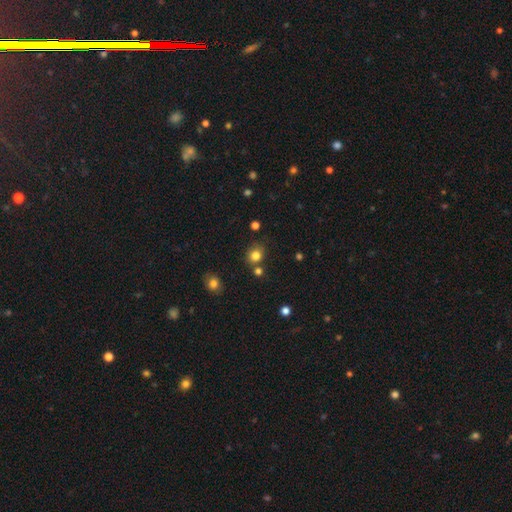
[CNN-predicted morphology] Smooth or featured: smooth — 81% (star or artifact — 13%)
How rounded: round — 68% (in between — 31%)
Merging: none — 73% (minor disturbance — 13%)